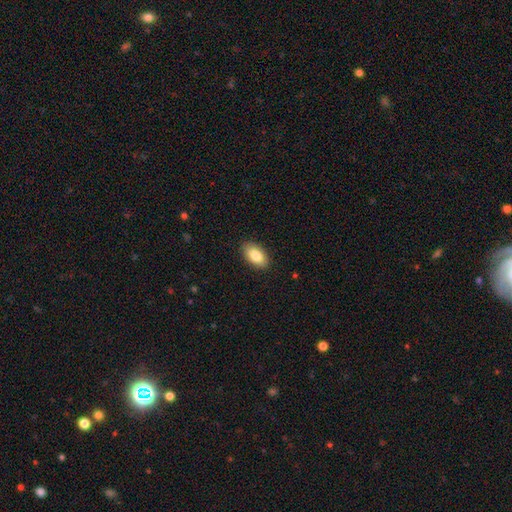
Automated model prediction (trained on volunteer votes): A smooth galaxy with no disk features (84%) that is in between round and cigar-shaped (94%). Merging: none (88%).